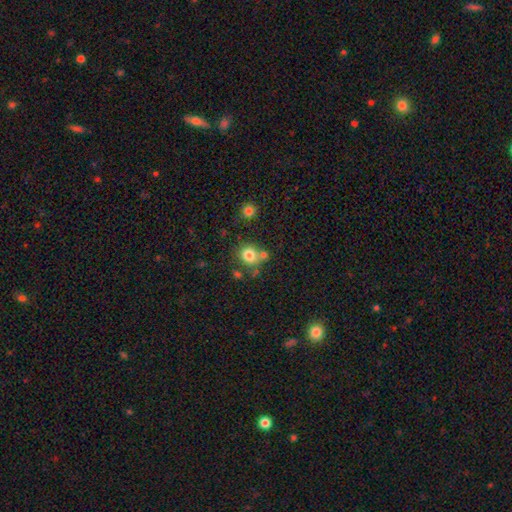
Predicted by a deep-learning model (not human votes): A smooth galaxy with no disk features (78%) that is round (80%). Merging: none (67%).